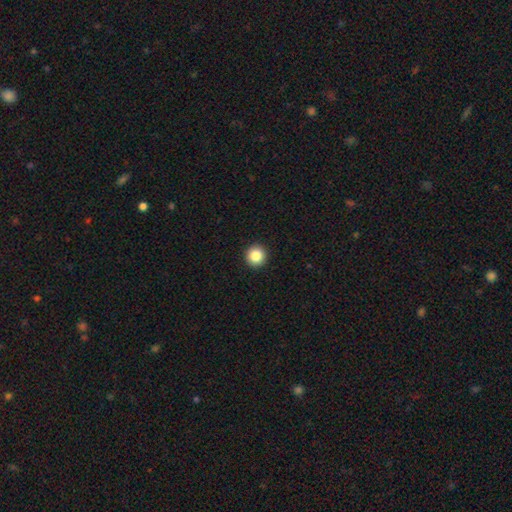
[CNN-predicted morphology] The model was most divided on "smooth or featured": smooth: 86%, star or artifact: 10%, featured or disk: 4%. More confident: how rounded — round (96%); merging — none (94%).